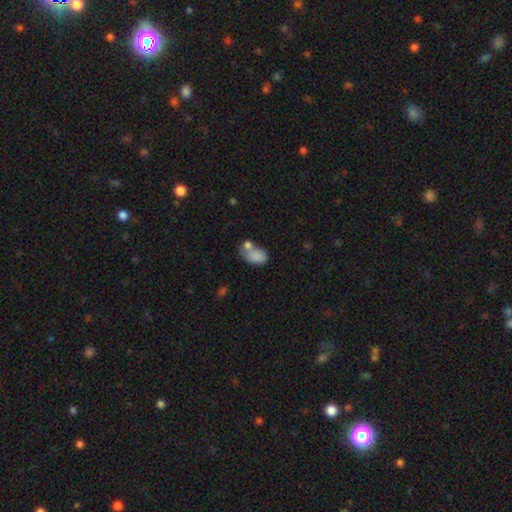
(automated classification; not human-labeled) This is likely a smooth galaxy (78%). How rounded: clearly in between (84%). Merging: marginally merger (44%).